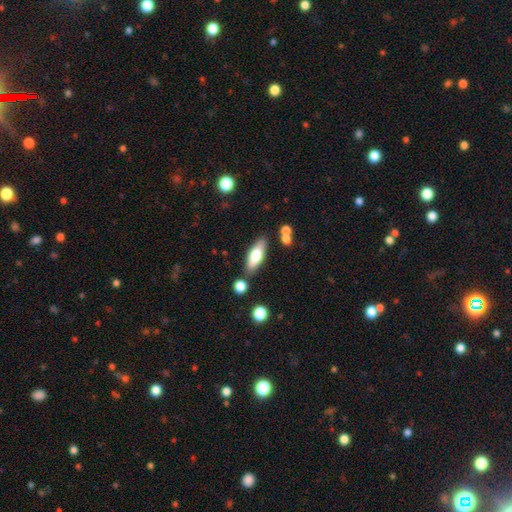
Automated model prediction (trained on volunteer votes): Q: Smooth or featured?
A: smooth (66%); runner-up: featured or disk (28%)
Q: How rounded?
A: in between (64%); runner-up: cigar-shaped (34%)
Q: Merging?
A: none (78%); runner-up: minor disturbance (12%)